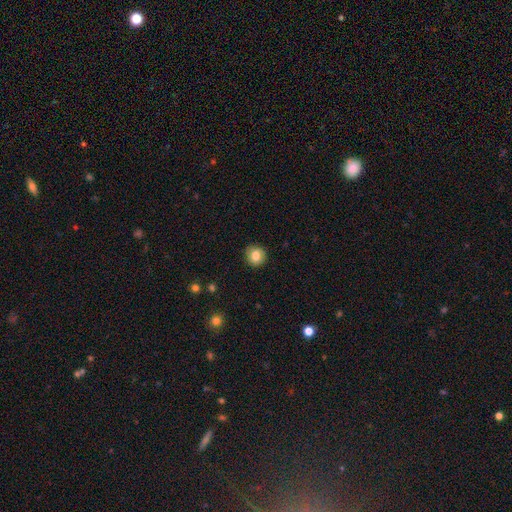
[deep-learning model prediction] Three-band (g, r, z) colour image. It shows a smooth galaxy with no disk features (79%) that is round (90%). Merging: none (89%).